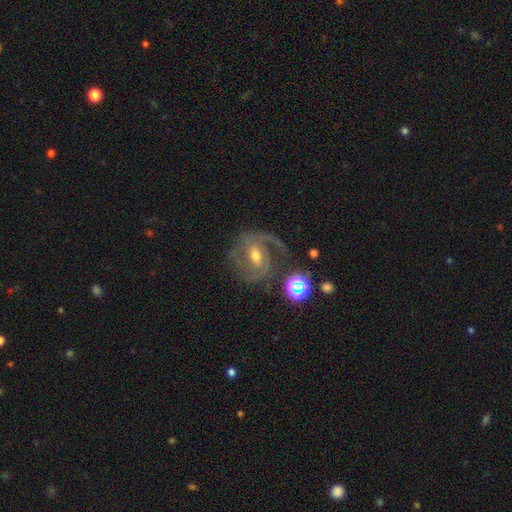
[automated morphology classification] This is clearly a featured or disk galaxy (84%). It is clearly not viewed edge-on (97%). Bar: possibly weak (51%). Spiral arm pattern: clearly yes (95%). Spiral arm count: likely 2 (61%). Spiral winding: possibly medium (51%). Central bulge: likely moderate (65%). Merging: likely none (64%).